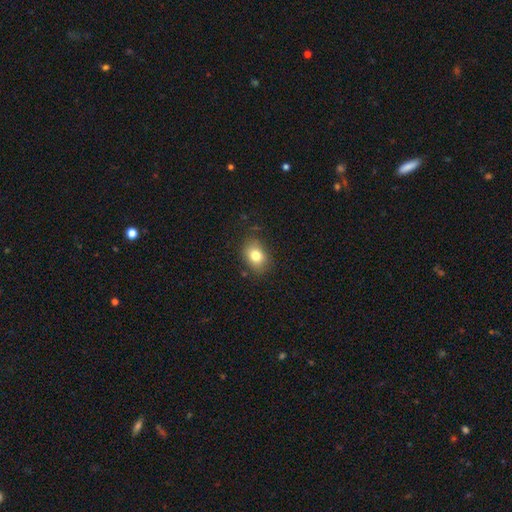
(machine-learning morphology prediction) smooth_or_featured: smooth (p=0.79) [alt: star or artifact p=0.10]
how_rounded: in between (p=0.64) [alt: round p=0.35]
merging: none (p=0.80) [alt: minor disturbance p=0.15]